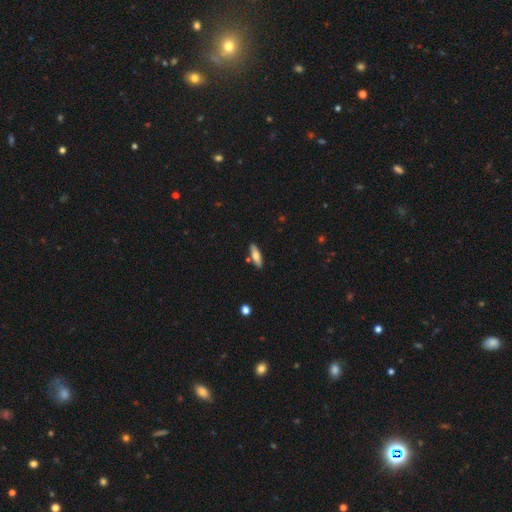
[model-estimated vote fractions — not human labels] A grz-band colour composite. It shows a smooth galaxy with no disk features (68%) that is cigar-shaped (52%). Merging: none (83%).